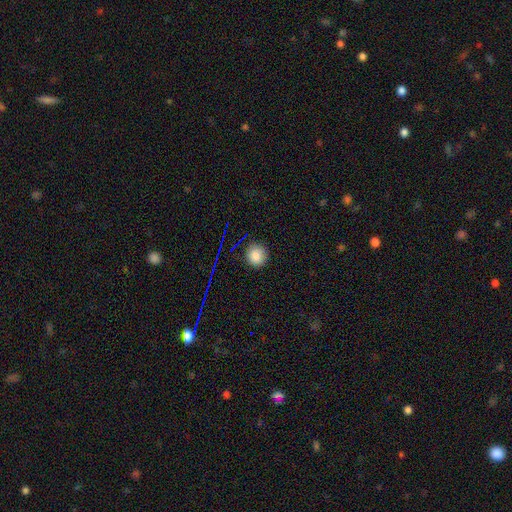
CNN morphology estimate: Smooth or featured? Predicted: smooth (p=0.82). How rounded? Predicted: round (p=0.89). Merging? Predicted: none (p=0.87).